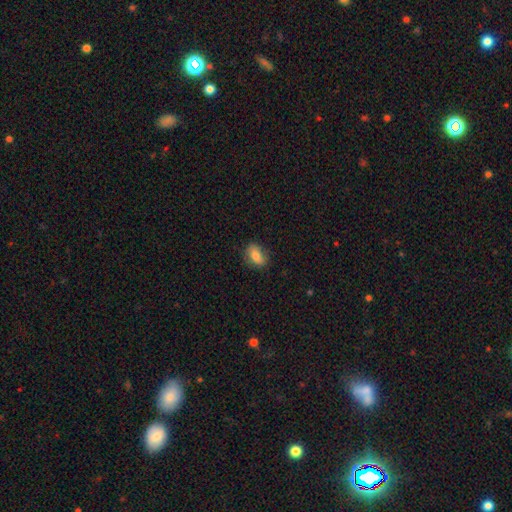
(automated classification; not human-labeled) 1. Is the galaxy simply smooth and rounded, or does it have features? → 77% smooth, 15% featured or disk, 8% star or artifact.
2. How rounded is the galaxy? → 82% in between, 15% round, 3% cigar-shaped.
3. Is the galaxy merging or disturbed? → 74% none, 20% minor disturbance, 5% major disturbance, 1% merger.